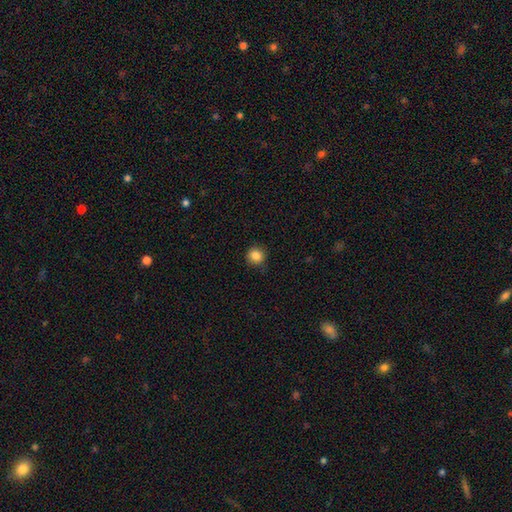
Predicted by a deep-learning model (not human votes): Smooth or featured?
  - smooth: 85% *
  - star or artifact: 11%
  - featured or disk: 4%
How rounded?
  - round: 91% *
  - in between: 8%
  - cigar-shaped: 1%
Merging?
  - none: 86% *
  - minor disturbance: 10%
  - major disturbance: 2%
  - merger: 1%